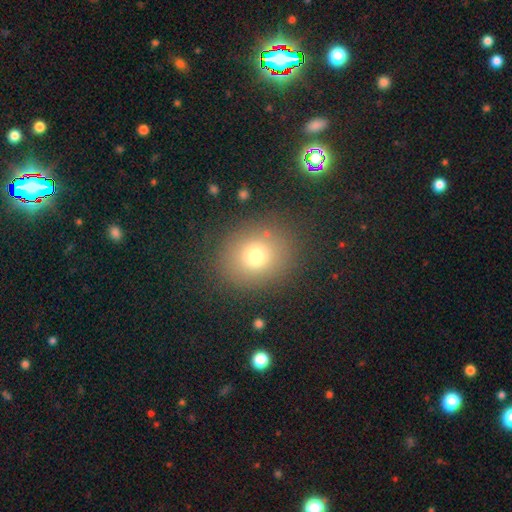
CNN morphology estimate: smooth-or-featured: smooth: 73% | star or artifact: 16% | featured or disk: 10%
  how-rounded: round: 72% | in between: 27% | cigar-shaped: 1%
  merging: none: 85% | minor disturbance: 9% | major disturbance: 4% | merger: 2%